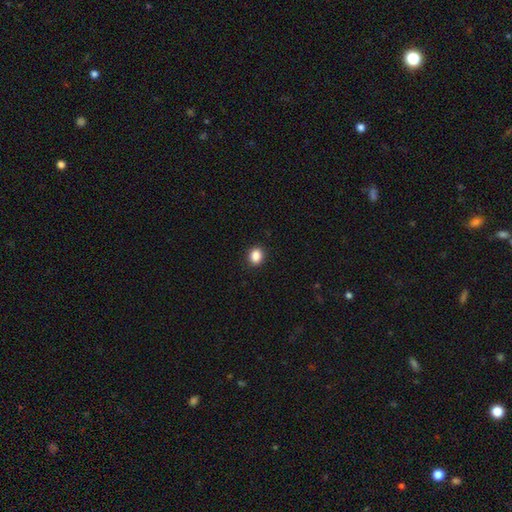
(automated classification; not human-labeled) Smooth or featured? smooth (88%)
How rounded? round (60%)
Merging? none (90%)